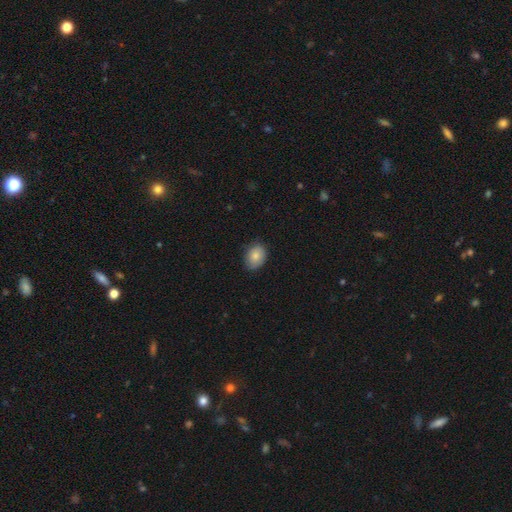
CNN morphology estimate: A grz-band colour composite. It shows a smooth galaxy with no disk features (83%) that is in between round and cigar-shaped (68%). Merging: none (78%).